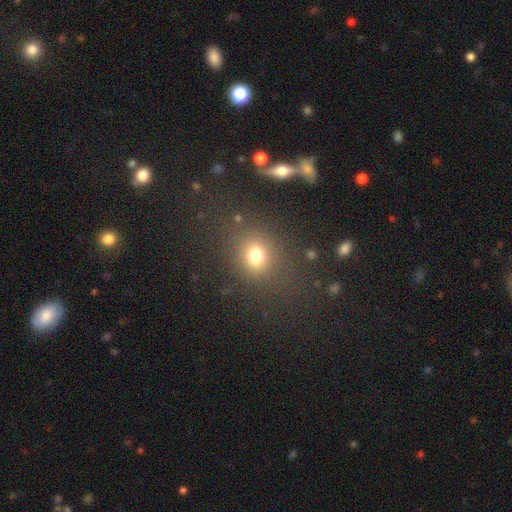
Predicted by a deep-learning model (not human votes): A smooth galaxy with no disk features (75%) that is round (69%).

Vote fractions:
- Smooth or featured? smooth: 75% / star or artifact: 17% / featured or disk: 8%
- How rounded? round: 69% / in between: 29% / cigar-shaped: 2%
- Merging? none: 77% / minor disturbance: 11% / major disturbance: 7% / merger: 4%